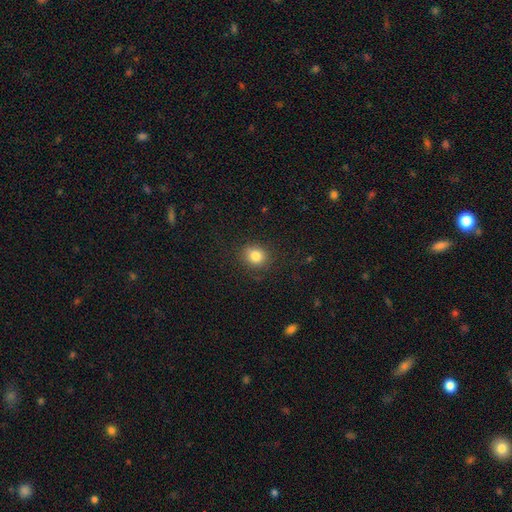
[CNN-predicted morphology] smooth-or-featured: smooth: 83% | star or artifact: 11% | featured or disk: 6%
  how-rounded: round: 76% | in between: 23% | cigar-shaped: 1%
  merging: none: 86% | minor disturbance: 10% | major disturbance: 3% | merger: 1%